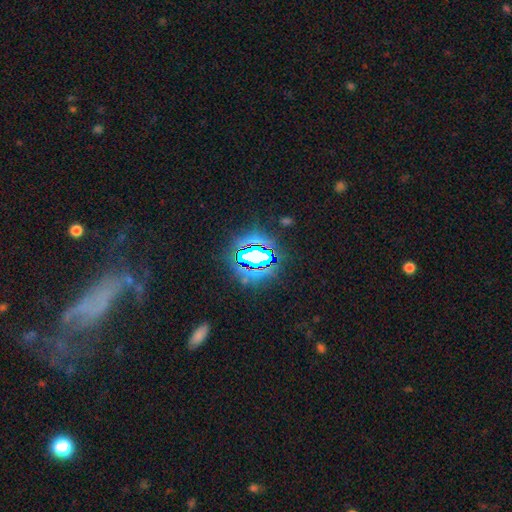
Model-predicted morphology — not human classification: The model was most divided on "smooth or featured": star or artifact: 72%, smooth: 16%, featured or disk: 12%.